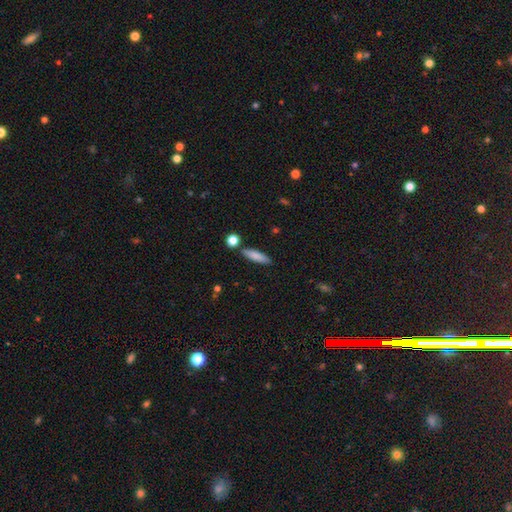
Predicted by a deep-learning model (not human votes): Smooth or featured?
  - smooth: 81% *
  - featured or disk: 12%
  - star or artifact: 7%
How rounded?
  - cigar-shaped: 70% *
  - in between: 27%
  - round: 2%
Merging?
  - none: 83% *
  - minor disturbance: 10%
  - merger: 5%
  - major disturbance: 2%